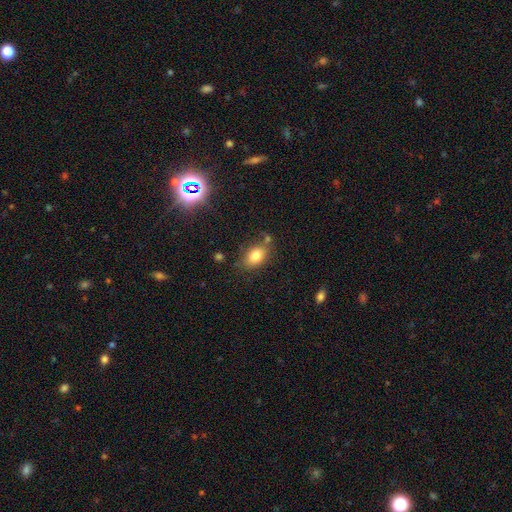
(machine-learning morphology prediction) smooth-or-featured: smooth: 80% | featured or disk: 10% | star or artifact: 10%
  how-rounded: in between: 80% | round: 18% | cigar-shaped: 2%
  merging: none: 71% | minor disturbance: 17% | merger: 7% | major disturbance: 5%